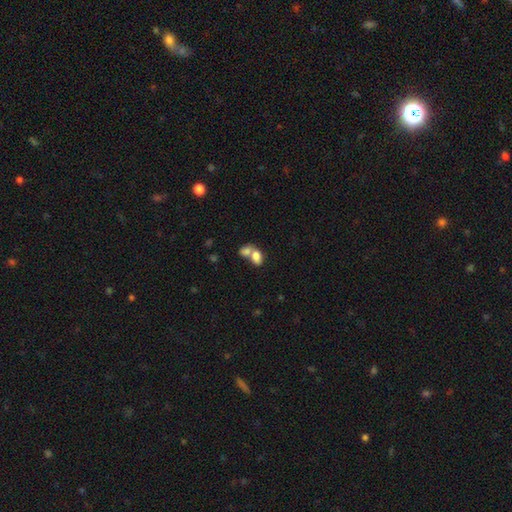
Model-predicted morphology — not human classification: This is likely a smooth galaxy (77%). How rounded: clearly in between (84%). Merging: likely merger (67%).